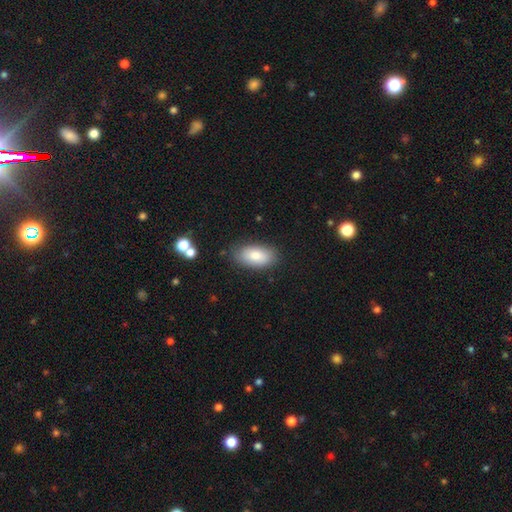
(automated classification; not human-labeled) Smooth or featured? smooth (81%)
How rounded? in between (93%)
Merging? none (81%)